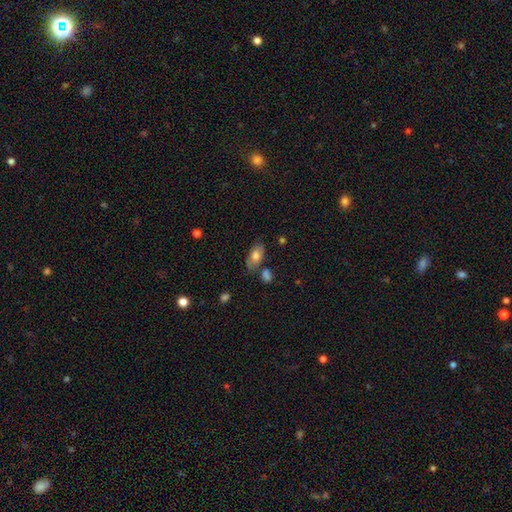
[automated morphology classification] smooth_or_featured: smooth (p=0.72) [alt: featured or disk p=0.20]
how_rounded: in between (p=0.90) [alt: round p=0.05]
merging: none (p=0.67) [alt: minor disturbance p=0.18]